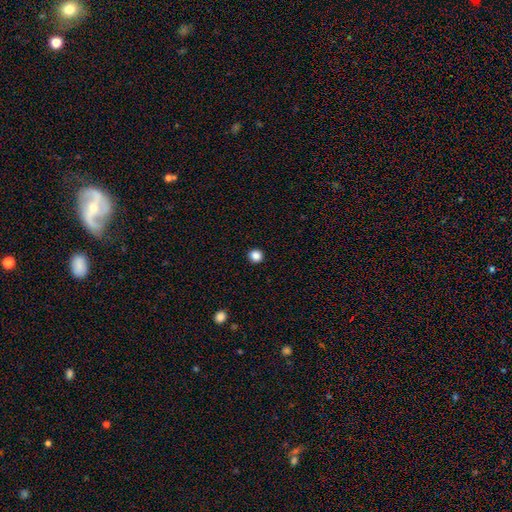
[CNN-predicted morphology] This is clearly a smooth galaxy (86%). How rounded: clearly round (93%). Merging: clearly none (94%).